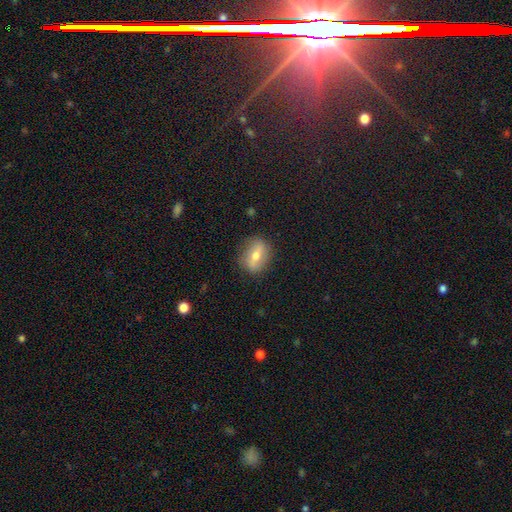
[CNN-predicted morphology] Smooth or featured?
  - smooth: 50% *
  - featured or disk: 42%
  - star or artifact: 8%
How rounded?
  - in between: 59% *
  - round: 36%
  - cigar-shaped: 5%
Merging?
  - none: 82% *
  - minor disturbance: 13%
  - major disturbance: 4%
  - merger: 1%